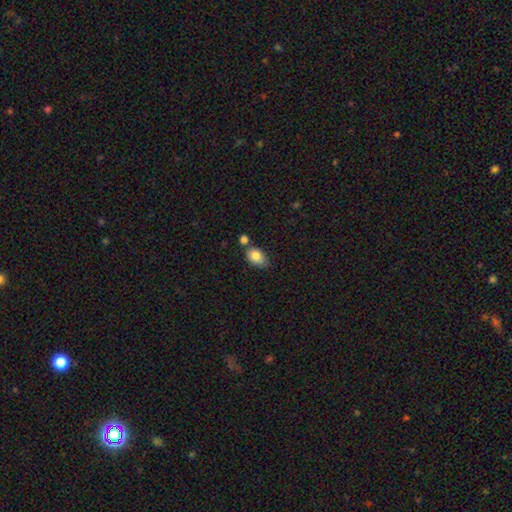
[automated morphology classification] A smooth galaxy with no disk features (82%) that is in between round and cigar-shaped (81%).

Vote fractions:
- Smooth or featured? smooth: 82% / featured or disk: 10% / star or artifact: 8%
- How rounded? in between: 81% / round: 18% / cigar-shaped: 1%
- Merging? none: 52% / merger: 22% / minor disturbance: 21% / major disturbance: 5%